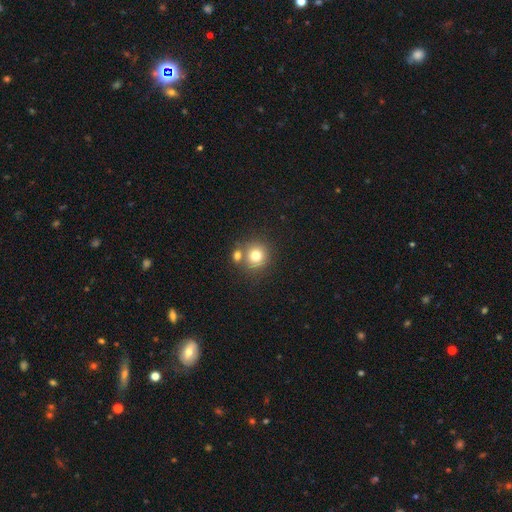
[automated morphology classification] smooth_or_featured: smooth (p=0.77) [alt: star or artifact p=0.12]
how_rounded: round (p=0.89) [alt: in between p=0.10]
merging: none (p=0.62) [alt: merger p=0.27]